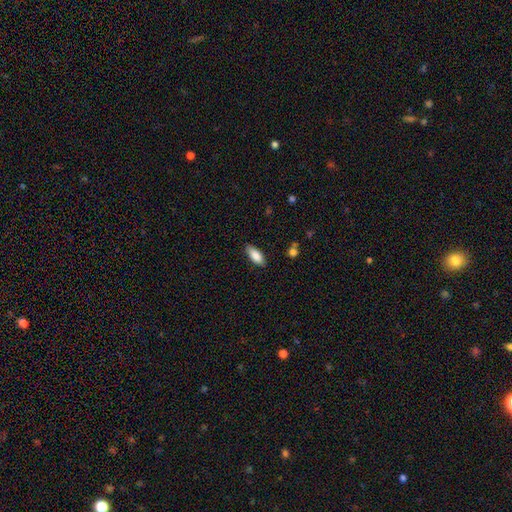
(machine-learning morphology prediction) A smooth galaxy with no disk features (85%) that is in between round and cigar-shaped (80%).

Vote fractions:
- Smooth or featured? smooth: 85% / featured or disk: 9% / star or artifact: 6%
- How rounded? in between: 80% / cigar-shaped: 18% / round: 2%
- Merging? none: 84% / minor disturbance: 12% / major disturbance: 2% / merger: 1%